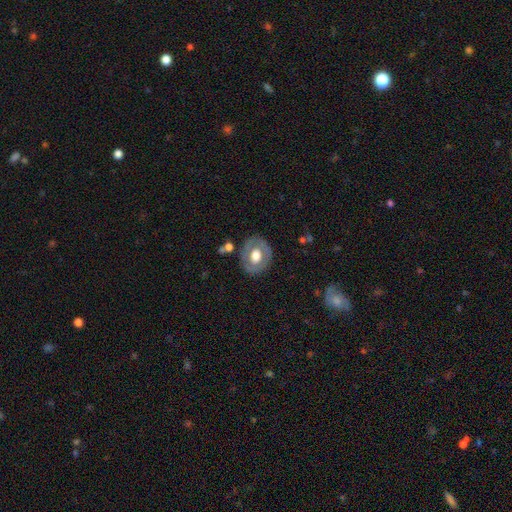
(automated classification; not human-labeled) A smooth galaxy with no disk features (48%). Merging: none (79%).